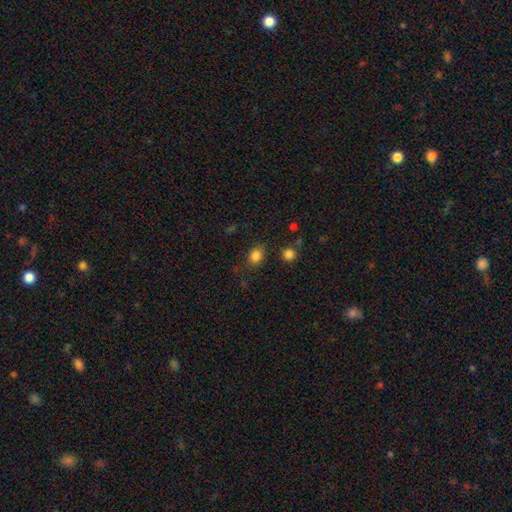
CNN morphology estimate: type=smooth (83%); roundness=round (50%); merging=none (76%).